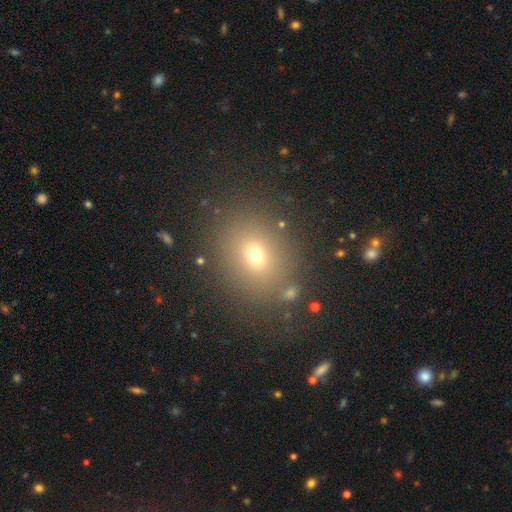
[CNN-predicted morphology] Smooth or featured? smooth (66%)
How rounded? round (61%)
Merging? none (82%)